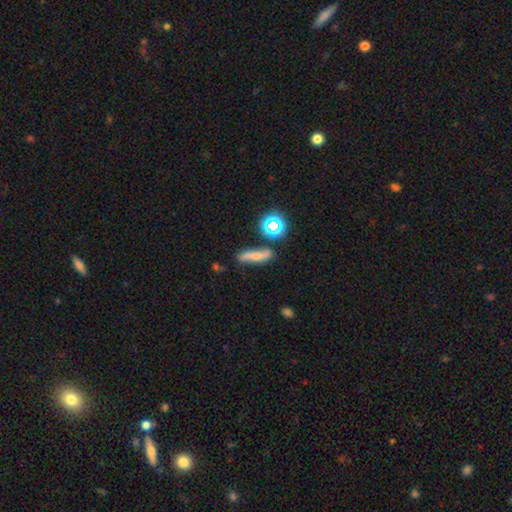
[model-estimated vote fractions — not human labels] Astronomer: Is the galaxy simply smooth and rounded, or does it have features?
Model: smooth — 52% (runner-up: featured or disk, 32%).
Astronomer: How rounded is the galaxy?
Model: cigar-shaped — 67%.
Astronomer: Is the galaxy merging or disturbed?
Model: none — 68%.